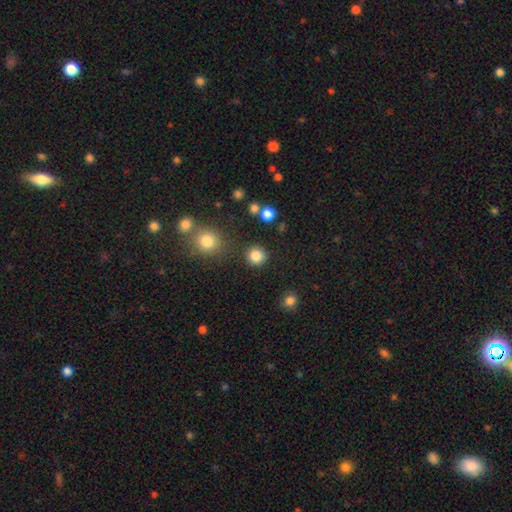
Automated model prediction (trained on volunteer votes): smooth 85%, star or artifact 11%, featured or disk 4%. Down the decision tree: how rounded — round (91%); merging — none (86%).